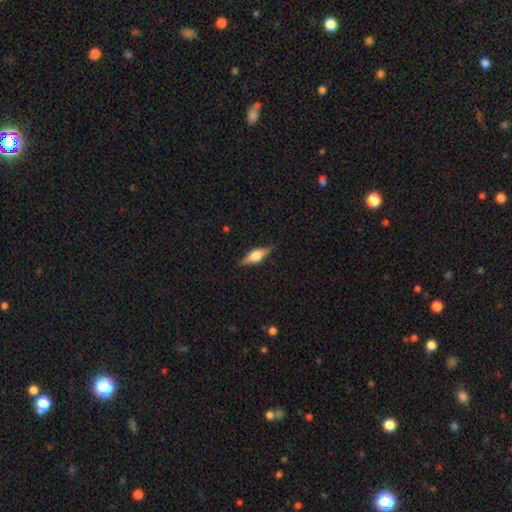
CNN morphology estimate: Smooth or featured: featured or disk — 59% (smooth — 34%)
Edge-on disk: yes — 95% (no — 5%)
Edge-on bulge: rounded — 89% (boxy — 9%)
Merging: none — 86% (minor disturbance — 11%)